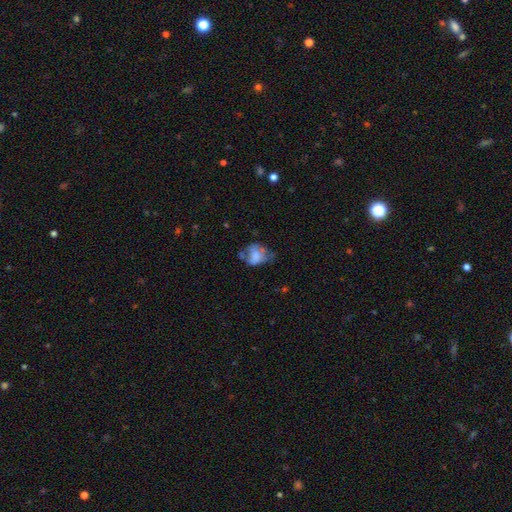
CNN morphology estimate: A smooth galaxy with no disk features (60%) that is in between round and cigar-shaped (61%).

Vote fractions:
- Smooth or featured? smooth: 60% / featured or disk: 30% / star or artifact: 10%
- How rounded? in between: 61% / round: 38% / cigar-shaped: 1%
- Merging? minor disturbance: 32% / none: 31% / major disturbance: 28% / merger: 10%